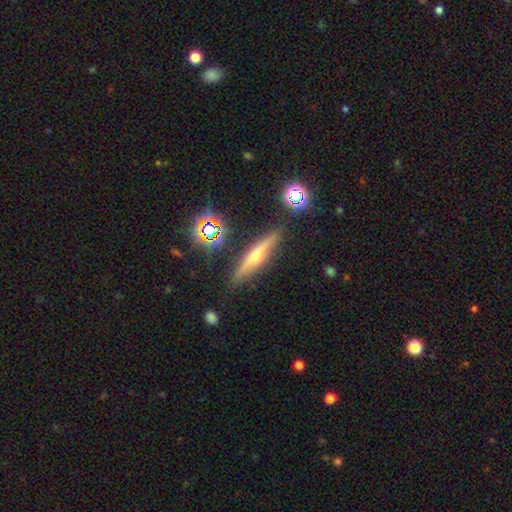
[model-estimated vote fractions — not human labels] Smooth or featured: featured or disk — 58% (smooth — 30%)
Edge-on disk: yes — 94% (no — 6%)
Edge-on bulge: rounded — 83% (none — 12%)
Merging: none — 86% (minor disturbance — 9%)